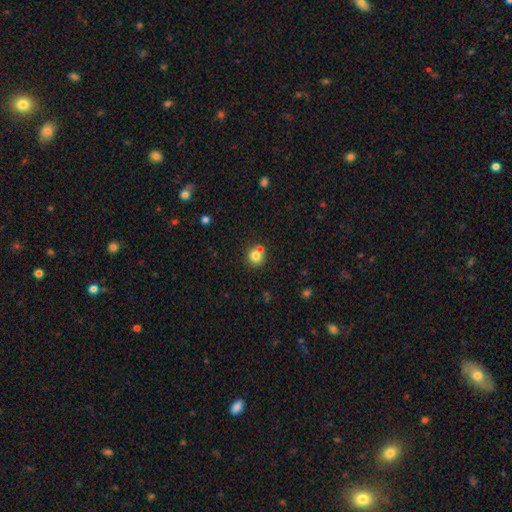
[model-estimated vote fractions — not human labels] The model was most divided on "merging": none: 61%, merger: 29%, minor disturbance: 8%, major disturbance: 3%. More confident: how rounded — round (90%); smooth or featured — smooth (78%).